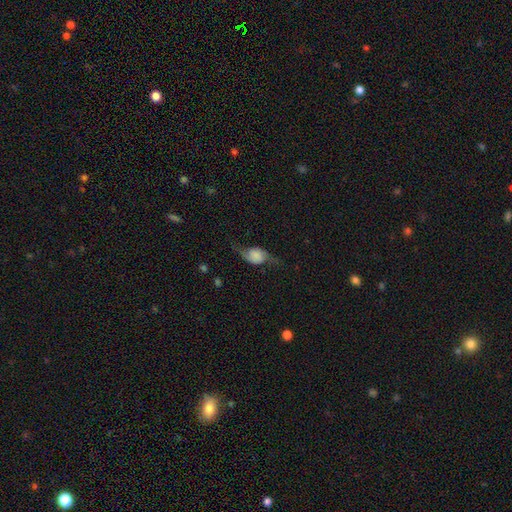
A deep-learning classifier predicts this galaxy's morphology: Q: Smooth or featured?
A: featured or disk (60%); runner-up: smooth (31%)
Q: Edge-on disk?
A: no (88%); runner-up: yes (12%)
Q: Bar?
A: no (65%); runner-up: weak (25%)
Q: Spiral arms?
A: yes (86%); runner-up: no (14%)
Q: Bulge size?
A: none (32%); runner-up: dominant (25%)
Q: Merging?
A: none (53%); runner-up: minor disturbance (23%)